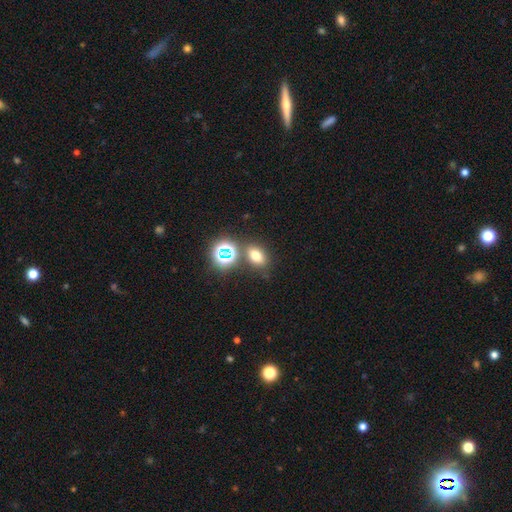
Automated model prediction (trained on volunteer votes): Smooth or featured? smooth (68%)
How rounded? in between (67%)
Merging? none (74%)